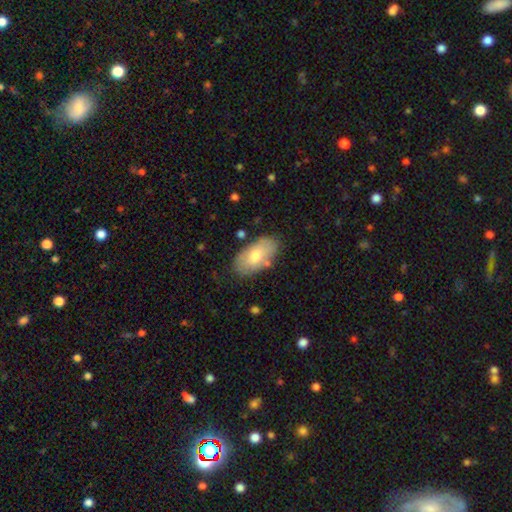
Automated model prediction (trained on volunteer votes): A smooth galaxy with no disk features (69%) that is in between round and cigar-shaped (94%).

Vote fractions:
- Smooth or featured? smooth: 69% / featured or disk: 25% / star or artifact: 6%
- How rounded? in between: 94% / round: 3% / cigar-shaped: 2%
- Merging? none: 78% / minor disturbance: 15% / merger: 4% / major disturbance: 3%